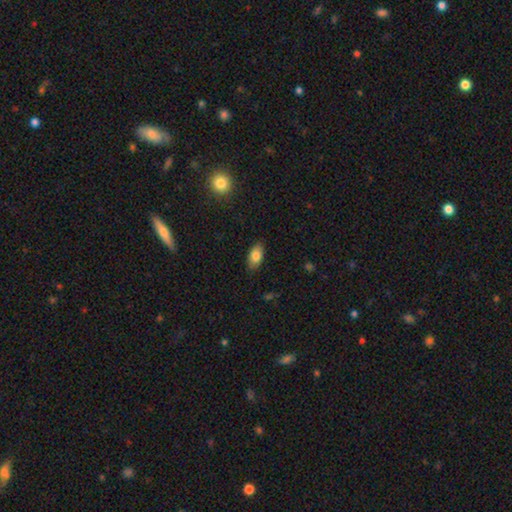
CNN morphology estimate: smooth-or-featured: smooth: 81% | featured or disk: 11% | star or artifact: 8%
  how-rounded: in between: 92% | round: 5% | cigar-shaped: 3%
  merging: none: 86% | minor disturbance: 11% | major disturbance: 2% | merger: 1%